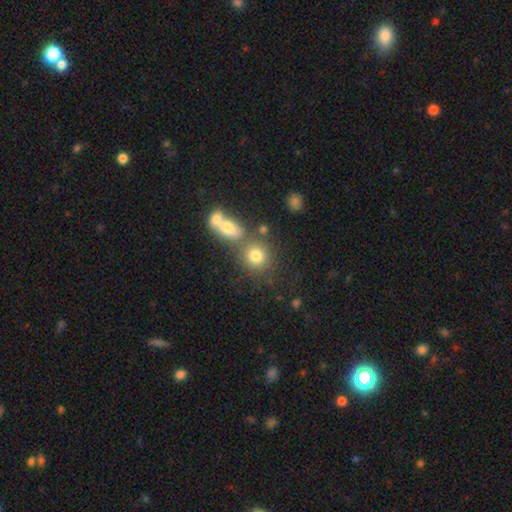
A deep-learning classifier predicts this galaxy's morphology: Q: Smooth or featured?
A: smooth (76%); runner-up: star or artifact (13%)
Q: How rounded?
A: round (81%); runner-up: in between (18%)
Q: Merging?
A: none (61%); runner-up: merger (24%)